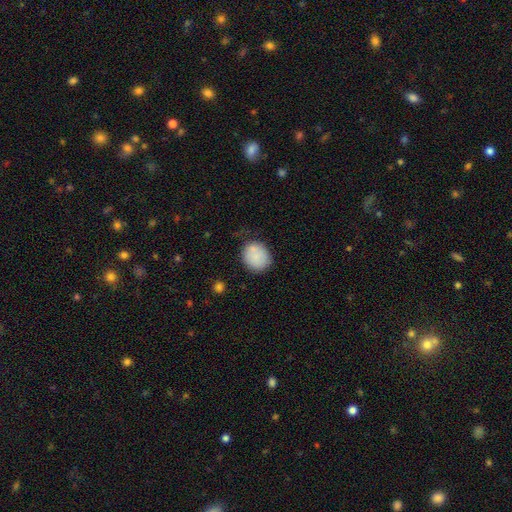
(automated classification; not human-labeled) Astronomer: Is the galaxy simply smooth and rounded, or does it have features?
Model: smooth — 85%.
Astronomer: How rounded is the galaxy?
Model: round — 67%.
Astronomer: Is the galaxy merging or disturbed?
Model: none — 65%.